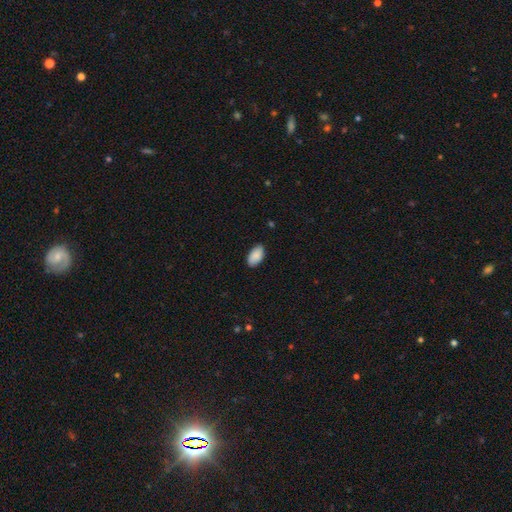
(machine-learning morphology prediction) A smooth galaxy with no disk features (88%) that is in between round and cigar-shaped (95%). Merging: none (85%).